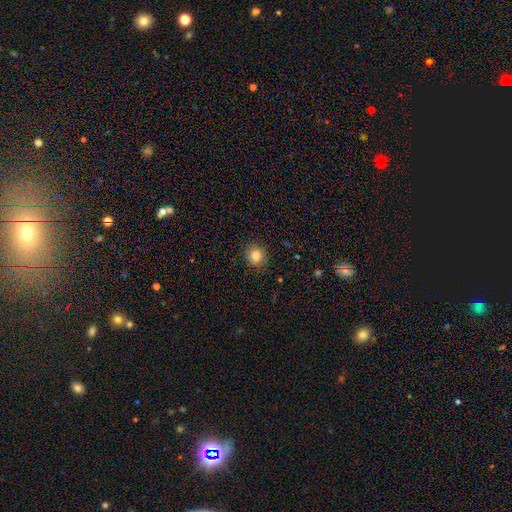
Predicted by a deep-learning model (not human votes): Smooth or featured? smooth (84%)
How rounded? round (85%)
Merging? none (88%)